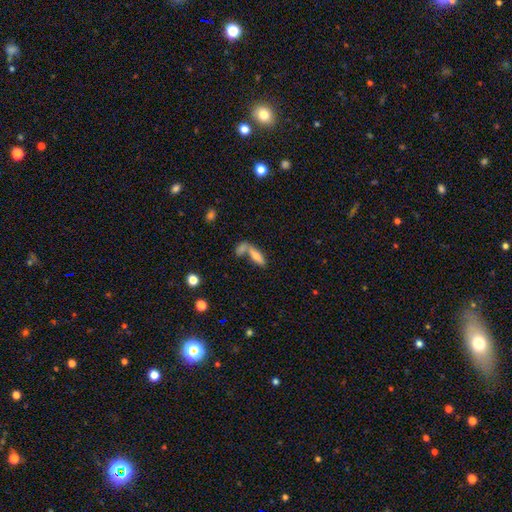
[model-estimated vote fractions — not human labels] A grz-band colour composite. It shows a smooth galaxy with no disk features (64%) that is cigar-shaped (50%). Merging: merger (46%).